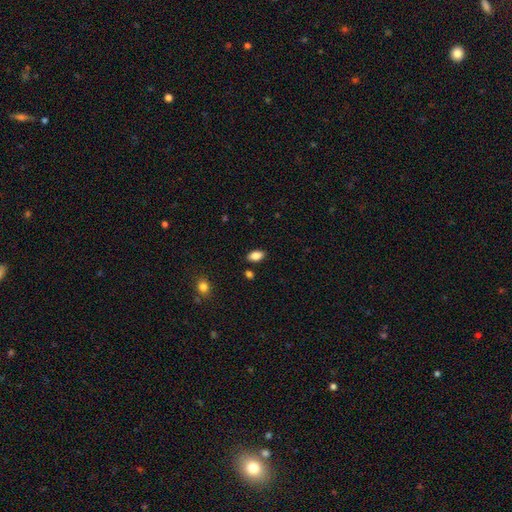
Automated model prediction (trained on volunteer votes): Overall: smooth (86%). How rounded: in between (91%). Merging: none (86%).